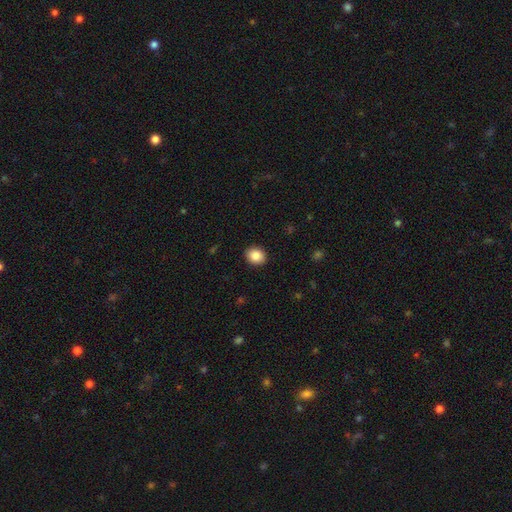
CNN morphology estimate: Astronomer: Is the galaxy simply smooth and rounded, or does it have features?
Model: smooth — 87%.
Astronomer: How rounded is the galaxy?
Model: round — 54% (runner-up: in between, 46%).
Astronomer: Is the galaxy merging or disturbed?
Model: none — 91%.